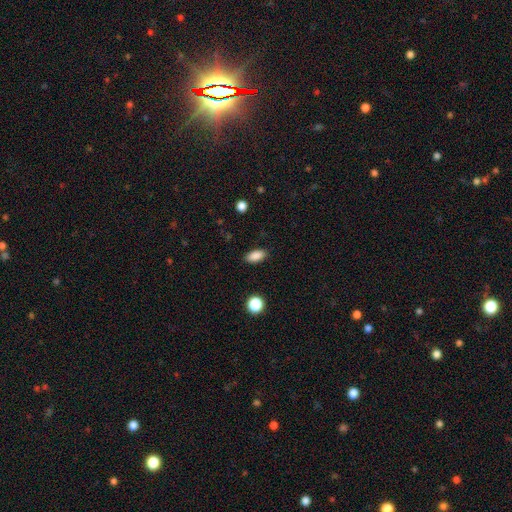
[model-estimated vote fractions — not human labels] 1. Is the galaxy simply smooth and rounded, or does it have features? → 88% smooth, 9% star or artifact, 4% featured or disk.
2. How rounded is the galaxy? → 88% in between, 8% cigar-shaped, 4% round.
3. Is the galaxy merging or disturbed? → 88% none, 9% minor disturbance, 2% major disturbance, 1% merger.